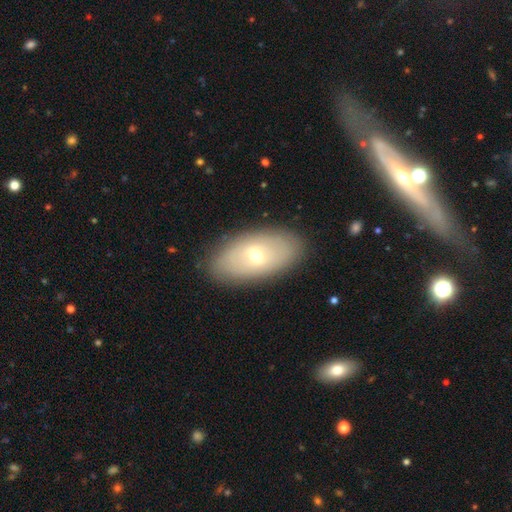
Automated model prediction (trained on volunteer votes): Smooth or featured: smooth — 52% (featured or disk — 40%)
How rounded: in between — 92% (round — 5%)
Merging: none — 86% (minor disturbance — 10%)